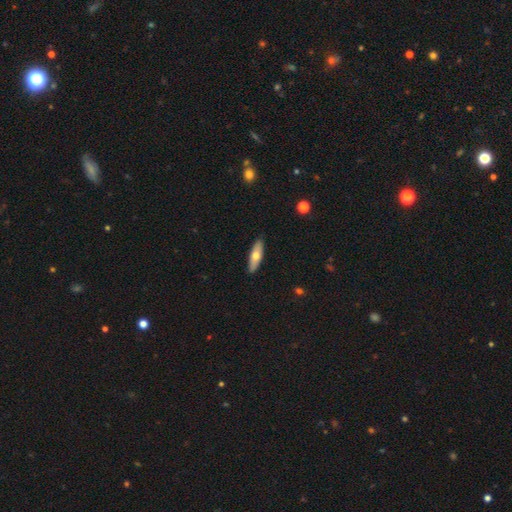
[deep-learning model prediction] This appears to be a smooth galaxy with no disk features (60%) that is cigar-shaped (54%). Merging: none (89%).